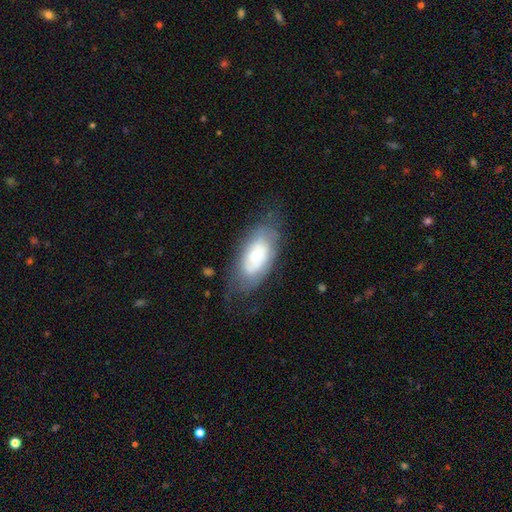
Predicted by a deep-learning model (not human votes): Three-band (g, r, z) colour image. It shows a featured or disk galaxy (50%). Merging: none (61%).